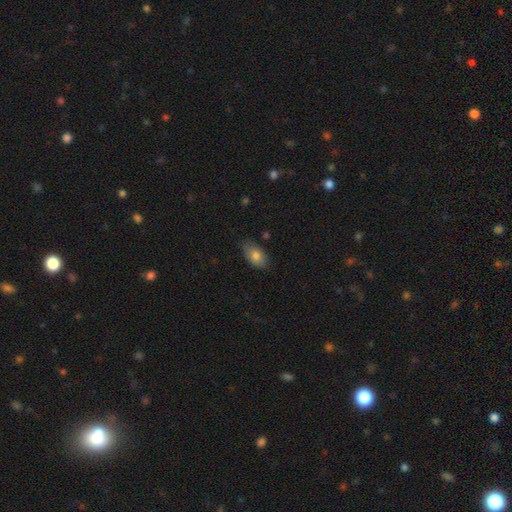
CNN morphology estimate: Q: Smooth or featured?
A: smooth (80%); runner-up: featured or disk (13%)
Q: How rounded?
A: in between (92%); runner-up: round (6%)
Q: Merging?
A: none (74%); runner-up: minor disturbance (21%)